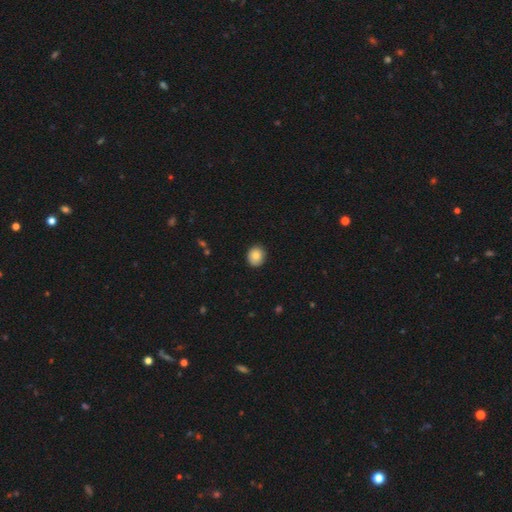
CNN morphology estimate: Smooth or featured? Predicted: smooth (p=0.85). How rounded? Predicted: round (p=0.75). Merging? Predicted: none (p=0.89).